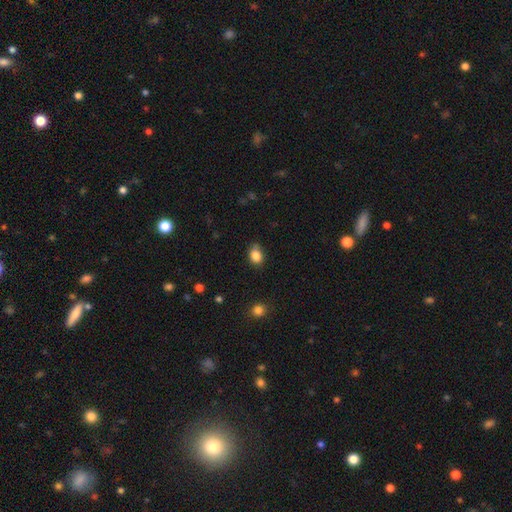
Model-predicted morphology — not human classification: A smooth galaxy with no disk features (84%) that is in between round and cigar-shaped (64%).

Vote fractions:
- Smooth or featured? smooth: 84% / star or artifact: 10% / featured or disk: 6%
- How rounded? in between: 64% / round: 35% / cigar-shaped: 1%
- Merging? none: 63% / minor disturbance: 29% / major disturbance: 5% / merger: 3%